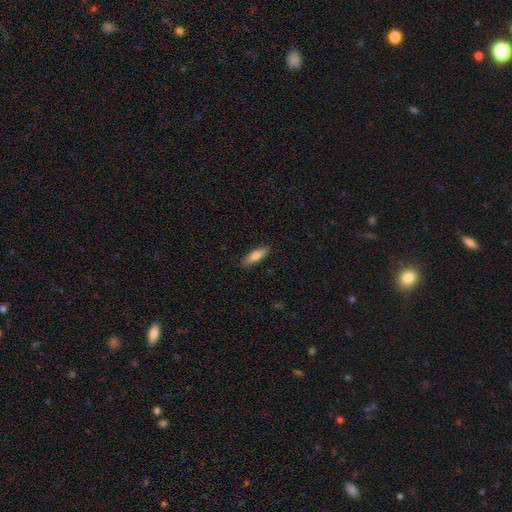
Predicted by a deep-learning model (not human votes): This appears to be a smooth galaxy with no disk features (77%) that is in between round and cigar-shaped (51%). Merging: none (88%).